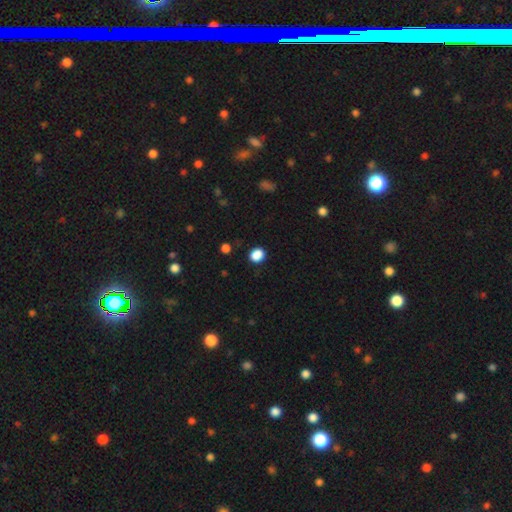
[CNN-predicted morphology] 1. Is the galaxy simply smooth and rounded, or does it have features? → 86% smooth, 11% star or artifact, 3% featured or disk.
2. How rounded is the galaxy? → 65% round, 34% in between, 1% cigar-shaped.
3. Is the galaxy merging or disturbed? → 87% none, 9% minor disturbance, 3% major disturbance, 1% merger.